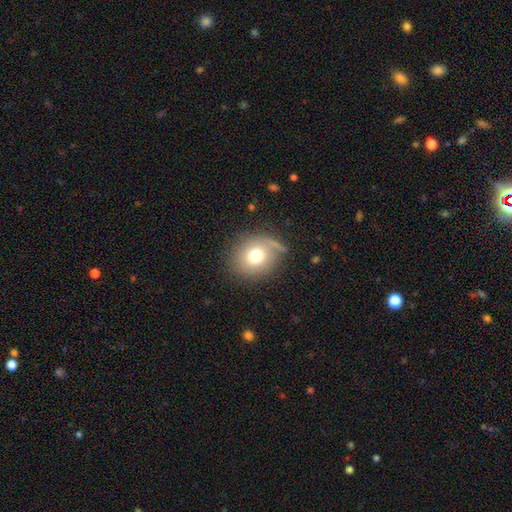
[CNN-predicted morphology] The model was most divided on "how rounded": round: 72%, in between: 27%, cigar-shaped: 1%. More confident: smooth or featured — smooth (73%); merging — none (73%).